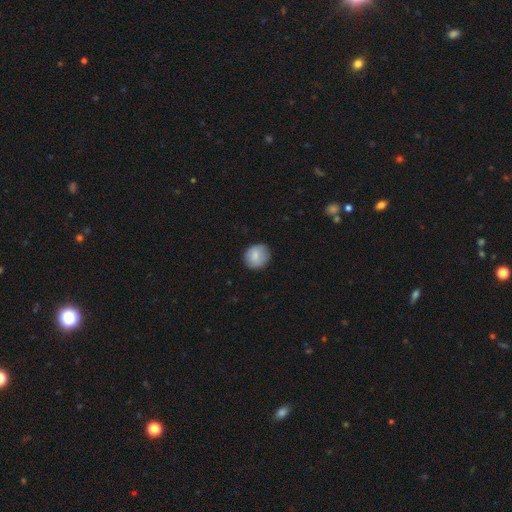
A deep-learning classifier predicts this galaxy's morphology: Smooth or featured: smooth — 83% (featured or disk — 10%)
How rounded: round — 82% (in between — 17%)
Merging: none — 83% (minor disturbance — 13%)